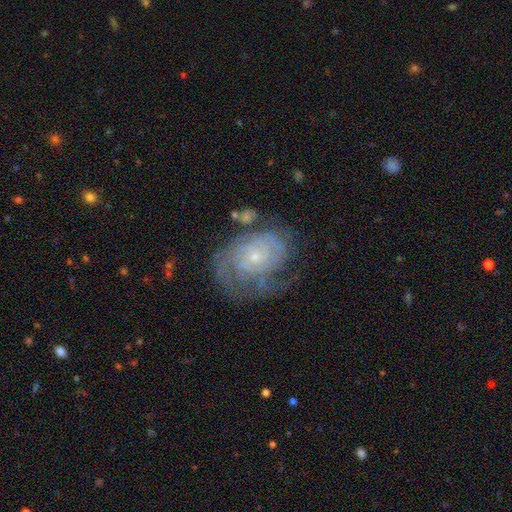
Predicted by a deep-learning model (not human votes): featured or disk 86%, smooth 8%, star or artifact 6%. Down the decision tree: edge-on disk — no (98%); bar — no (73%); spiral arms — yes (95%); spiral arm count — can't tell (34%); spiral winding — tight (76%); bulge size — small (79%); merging — none (58%).